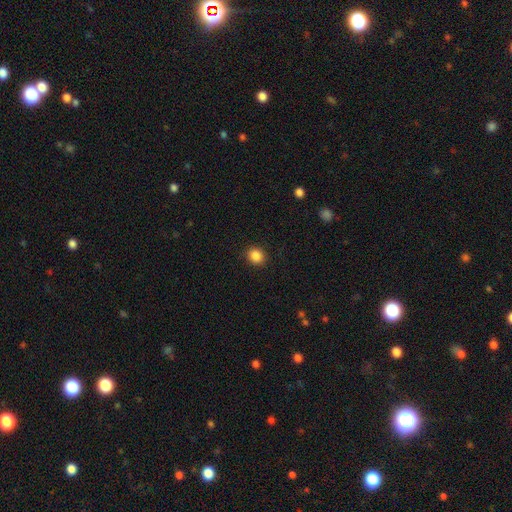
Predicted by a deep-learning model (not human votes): Q: Smooth or featured?
A: smooth (87%); runner-up: star or artifact (10%)
Q: How rounded?
A: round (75%); runner-up: in between (24%)
Q: Merging?
A: none (90%); runner-up: minor disturbance (6%)